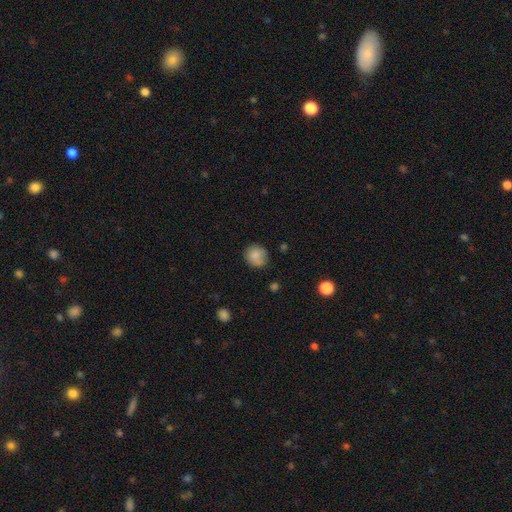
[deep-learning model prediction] Smooth or featured? Predicted: smooth (p=0.84). How rounded? Predicted: round (p=0.84). Merging? Predicted: none (p=0.73).